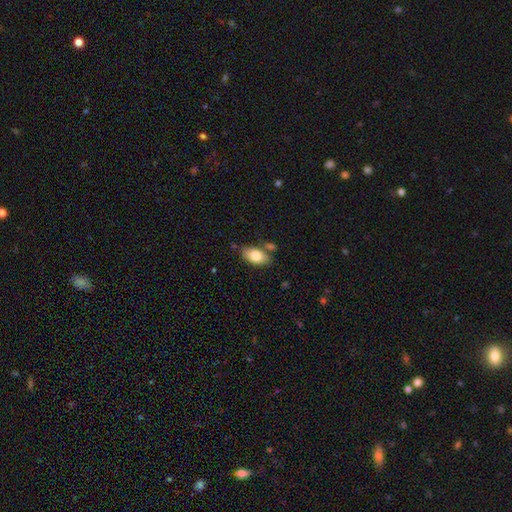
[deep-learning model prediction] This is likely a smooth galaxy (80%). How rounded: clearly in between (92%). Merging: likely none (73%).